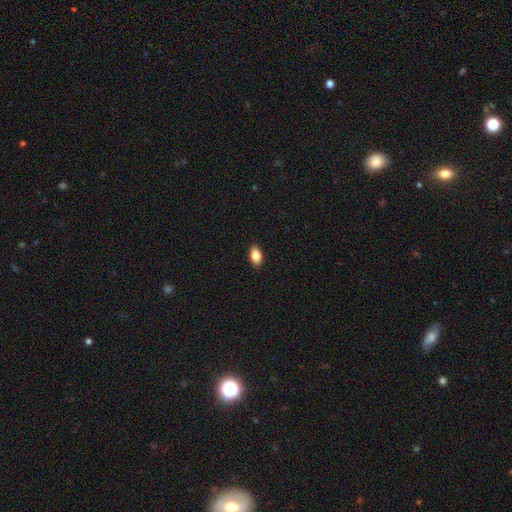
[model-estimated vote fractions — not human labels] Smooth or featured: smooth — 84% (featured or disk — 9%)
How rounded: in between — 90% (round — 7%)
Merging: none — 89% (minor disturbance — 8%)